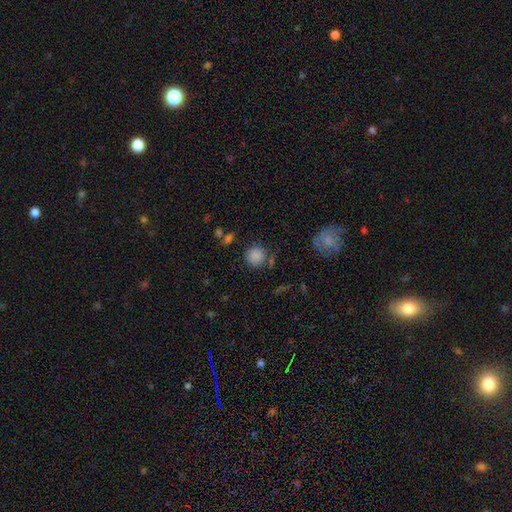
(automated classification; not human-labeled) smooth 84%, star or artifact 11%, featured or disk 5%. Down the decision tree: how rounded — round (91%); merging — none (76%).